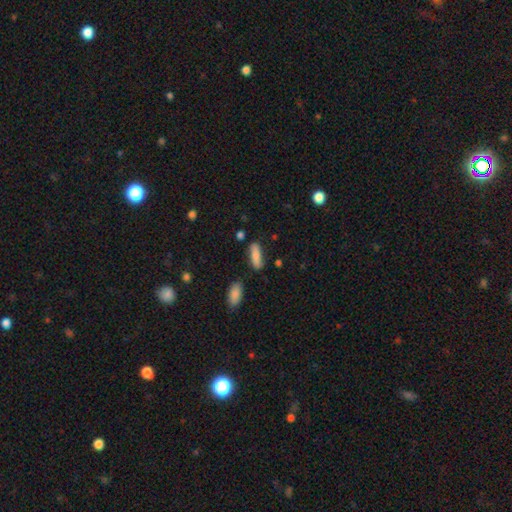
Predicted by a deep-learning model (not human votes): The model was most divided on "how rounded": in between: 56%, cigar-shaped: 41%, round: 3%. More confident: smooth or featured — smooth (81%); merging — none (72%).